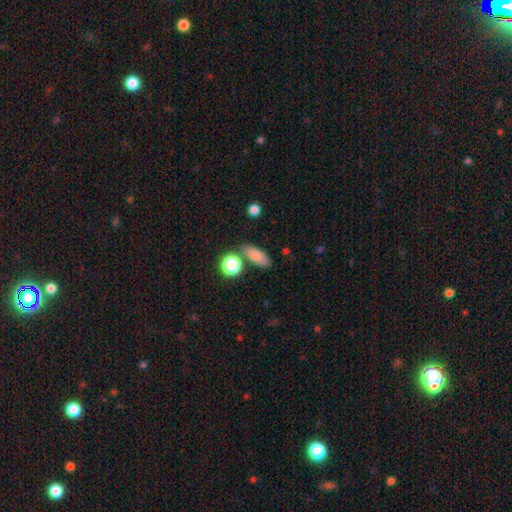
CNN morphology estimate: A smooth galaxy with no disk features (82%) that is in between round and cigar-shaped (73%).

Vote fractions:
- Smooth or featured? smooth: 82% / star or artifact: 10% / featured or disk: 8%
- How rounded? in between: 73% / cigar-shaped: 17% / round: 9%
- Merging? none: 75% / minor disturbance: 12% / merger: 10% / major disturbance: 4%